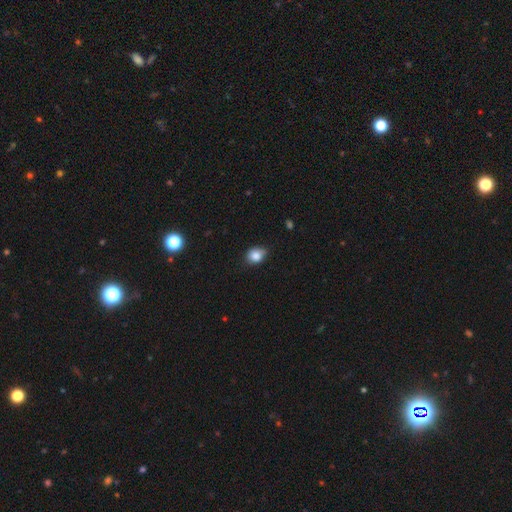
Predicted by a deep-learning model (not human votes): A smooth galaxy with no disk features (84%) that is in between round and cigar-shaped (55%).

Vote fractions:
- Smooth or featured? smooth: 84% / star or artifact: 10% / featured or disk: 6%
- How rounded? in between: 55% / round: 44% / cigar-shaped: 1%
- Merging? none: 66% / minor disturbance: 28% / major disturbance: 4% / merger: 1%